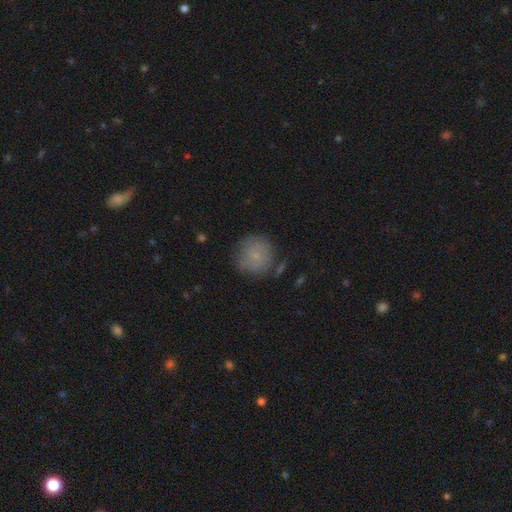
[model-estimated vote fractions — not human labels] Morphology: type=smooth (76%); roundness=round (93%); merging=none (71%).